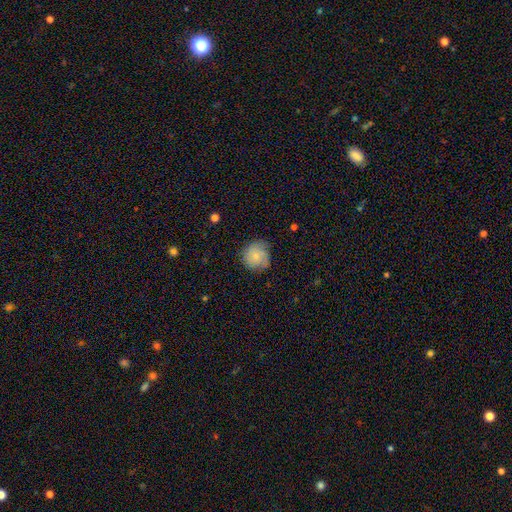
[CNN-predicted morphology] This is likely a smooth galaxy (68%). How rounded: clearly round (88%). Merging: likely none (69%).